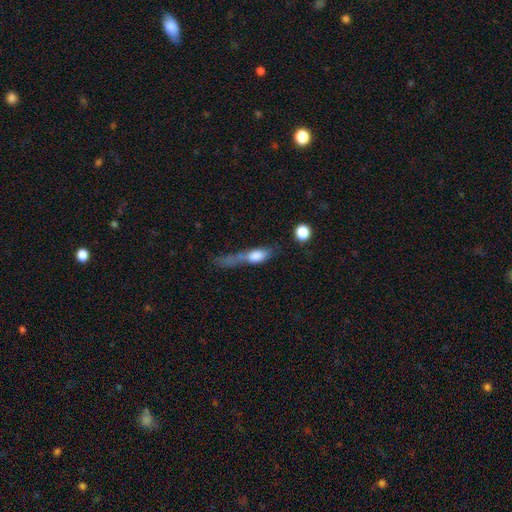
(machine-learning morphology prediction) A smooth galaxy with no disk features (69%) that is in between round and cigar-shaped (56%). Merging: major disturbance (34%).